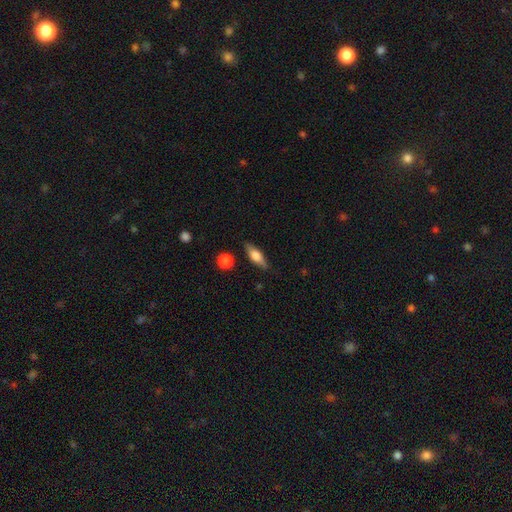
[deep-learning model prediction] This appears to be a smooth galaxy with no disk features (56%) that is in between round and cigar-shaped (58%). Merging: none (83%).